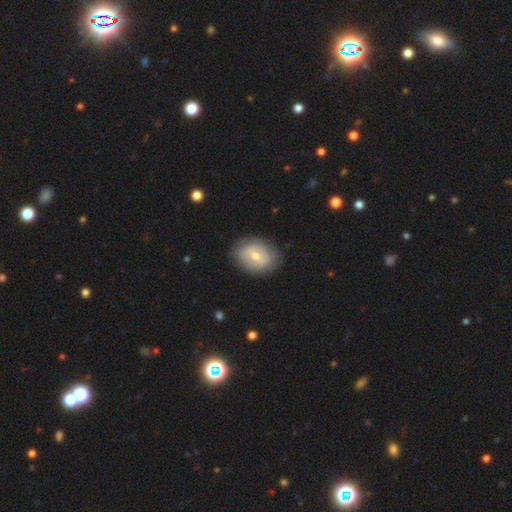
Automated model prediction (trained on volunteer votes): A smooth galaxy with no disk features (56%) that is in between round and cigar-shaped (62%). Merging: none (82%).